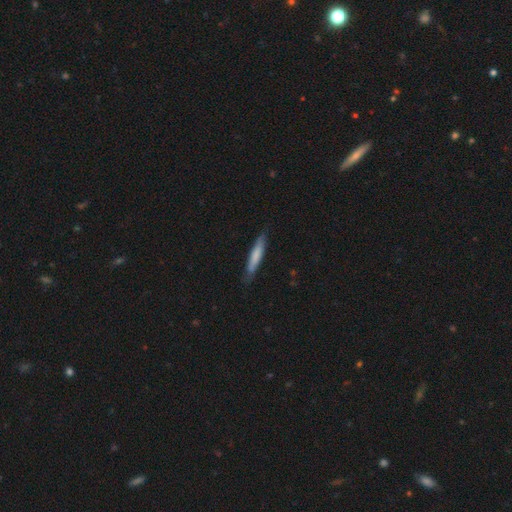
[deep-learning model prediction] Q: Smooth or featured?
A: smooth (71%); runner-up: featured or disk (24%)
Q: How rounded?
A: cigar-shaped (90%); runner-up: in between (8%)
Q: Merging?
A: none (80%); runner-up: minor disturbance (16%)